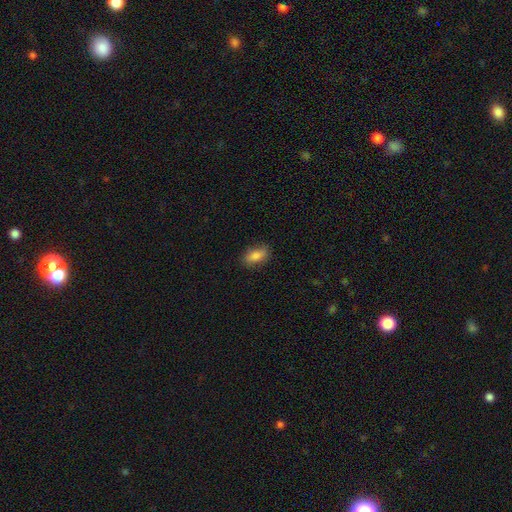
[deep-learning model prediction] Smooth or featured?
  - smooth: 82% *
  - featured or disk: 10%
  - star or artifact: 8%
How rounded?
  - in between: 86% *
  - cigar-shaped: 8%
  - round: 6%
Merging?
  - none: 83% *
  - minor disturbance: 13%
  - major disturbance: 3%
  - merger: 1%